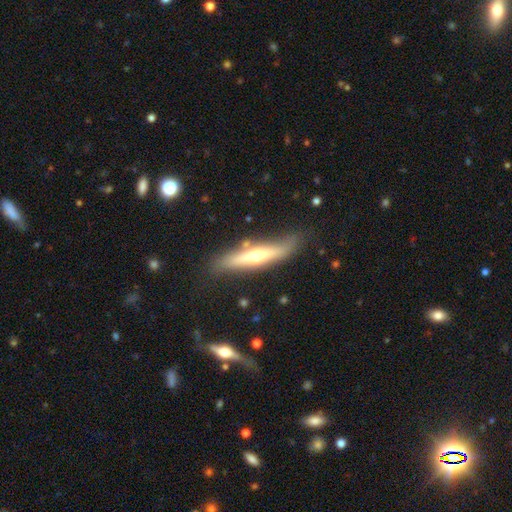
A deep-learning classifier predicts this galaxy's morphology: smooth-or-featured: featured or disk: 57% | smooth: 37% | star or artifact: 6%
  disk-edge-on: yes: 87% | no: 13%
  merging: none: 72% | minor disturbance: 18% | major disturbance: 6% | merger: 5%